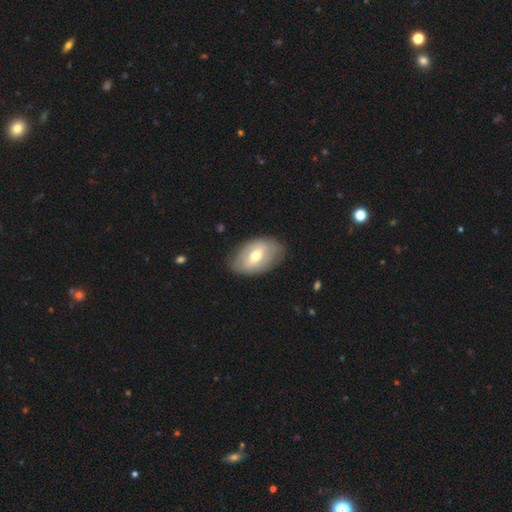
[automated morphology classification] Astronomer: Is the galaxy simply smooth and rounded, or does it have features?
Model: smooth — 50% (runner-up: featured or disk, 44%).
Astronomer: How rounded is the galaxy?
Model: in between — 90%.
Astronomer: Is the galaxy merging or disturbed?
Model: none — 77%.